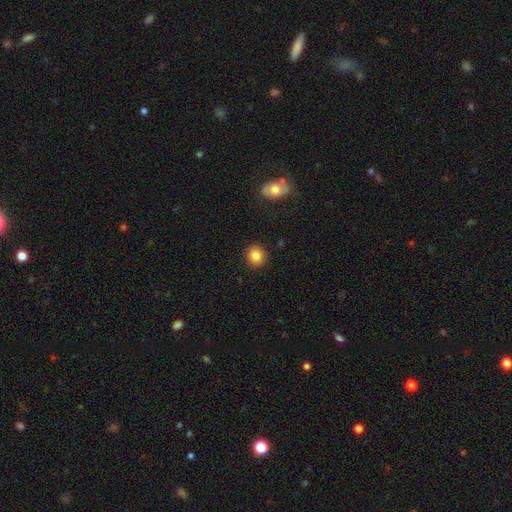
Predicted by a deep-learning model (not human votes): Q: Smooth or featured?
A: smooth (83%); runner-up: star or artifact (10%)
Q: How rounded?
A: round (86%); runner-up: in between (13%)
Q: Merging?
A: none (91%); runner-up: minor disturbance (6%)